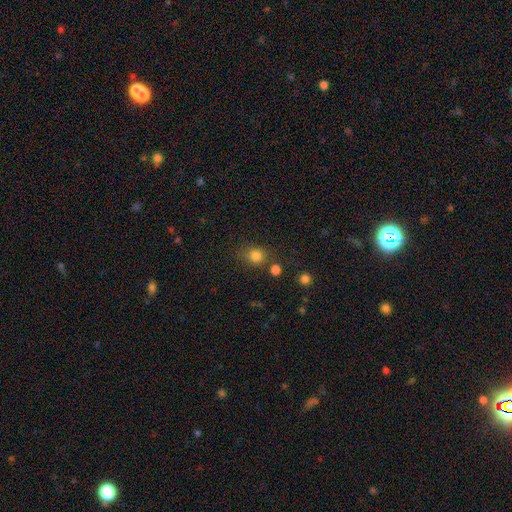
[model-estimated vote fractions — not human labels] A smooth galaxy with no disk features (82%) that is round (78%).

Vote fractions:
- Smooth or featured? smooth: 82% / star or artifact: 13% / featured or disk: 5%
- How rounded? round: 78% / in between: 21% / cigar-shaped: 1%
- Merging? none: 73% / minor disturbance: 13% / merger: 9% / major disturbance: 5%